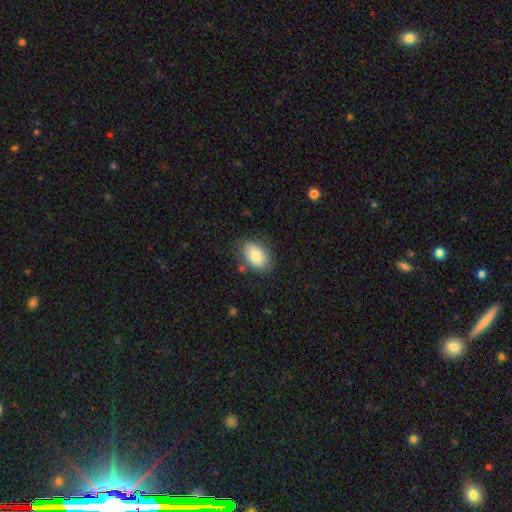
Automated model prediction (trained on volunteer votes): smooth 84%, featured or disk 9%, star or artifact 7%. Down the decision tree: how rounded — in between (89%); merging — none (76%).